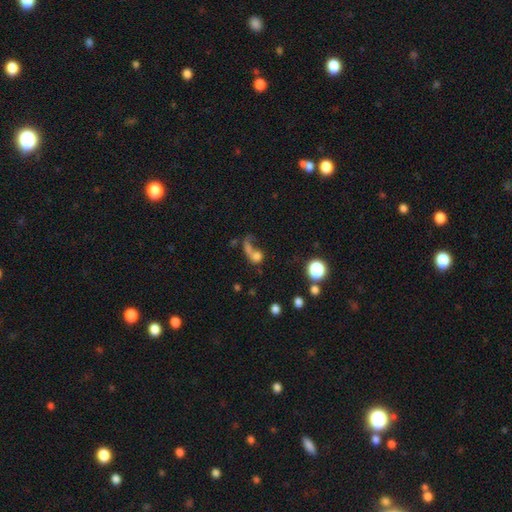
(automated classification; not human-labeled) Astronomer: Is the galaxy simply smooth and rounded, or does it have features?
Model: smooth — 52% (runner-up: featured or disk, 28%).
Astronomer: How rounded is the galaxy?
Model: round — 57% (runner-up: in between, 38%).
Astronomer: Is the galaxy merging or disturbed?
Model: merger — 36% (runner-up: major disturbance, 29%).